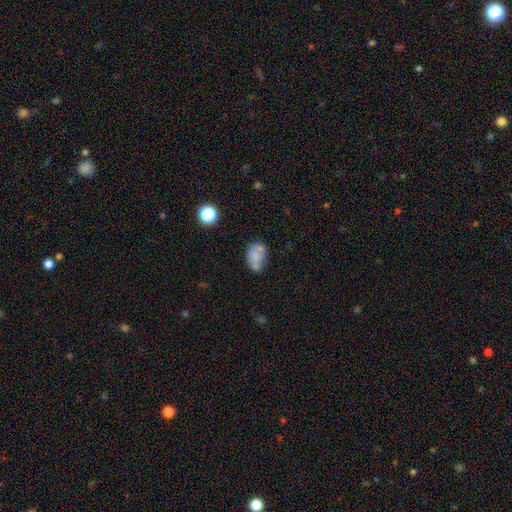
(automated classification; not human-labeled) smooth-or-featured: smooth: 63% | featured or disk: 25% | star or artifact: 12%
  how-rounded: in between: 79% | round: 20% | cigar-shaped: 2%
  merging: none: 44% | minor disturbance: 28% | merger: 15% | major disturbance: 13%